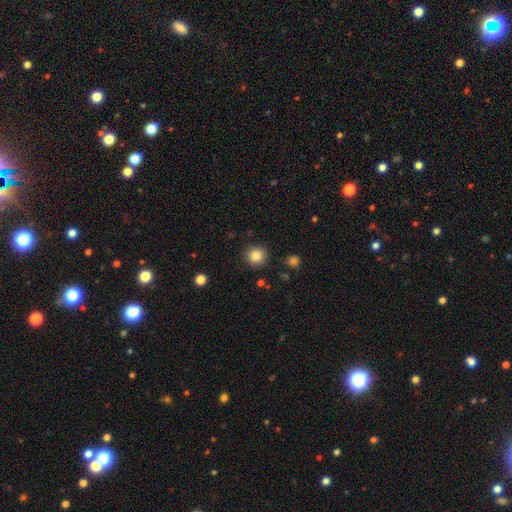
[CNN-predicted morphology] Smooth or featured?
  - smooth: 83% *
  - star or artifact: 11%
  - featured or disk: 6%
How rounded?
  - round: 92% *
  - in between: 7%
  - cigar-shaped: 1%
Merging?
  - none: 90% *
  - minor disturbance: 7%
  - major disturbance: 2%
  - merger: 2%